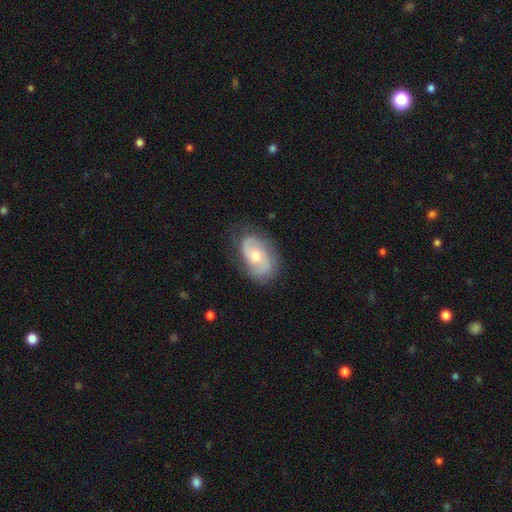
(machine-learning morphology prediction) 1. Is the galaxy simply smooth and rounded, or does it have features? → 69% featured or disk, 24% smooth, 6% star or artifact.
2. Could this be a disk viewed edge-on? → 96% no, 4% yes.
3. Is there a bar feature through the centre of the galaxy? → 65% no, 31% weak, 5% strong.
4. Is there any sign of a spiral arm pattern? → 88% yes, 12% no.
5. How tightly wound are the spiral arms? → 44% medium, 33% tight, 23% loose.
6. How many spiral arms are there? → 70% 2, 16% can't tell, 7% 1, 4% 3, 1% 4, 1% more than 4.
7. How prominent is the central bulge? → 62% moderate, 32% small, 4% large, 1% none, 1% dominant.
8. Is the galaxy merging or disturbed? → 71% none, 21% minor disturbance, 7% major disturbance, 1% merger.